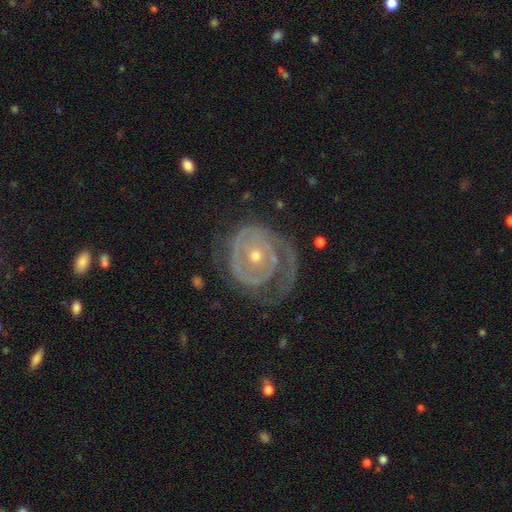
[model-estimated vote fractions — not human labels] Smooth or featured: featured or disk — 84% (smooth — 11%)
Edge-on disk: no — 97% (yes — 3%)
Bar: no — 77% (weak — 17%)
Spiral arms: yes — 81% (no — 19%)
Spiral winding: tight — 67% (medium — 23%)
Spiral arm count: 1 — 34% (2 — 32%)
Bulge size: small — 55% (moderate — 41%)
Merging: none — 51% (major disturbance — 25%)